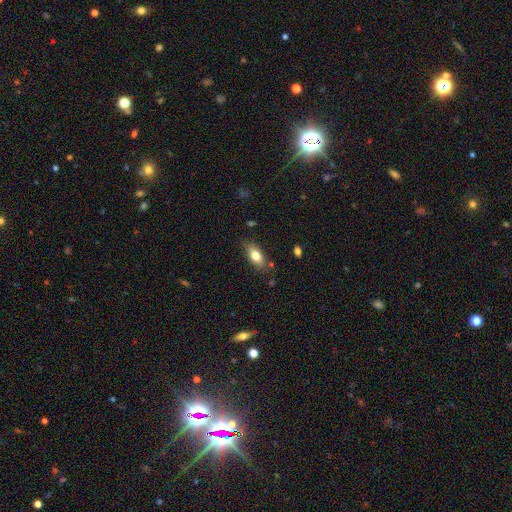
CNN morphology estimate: smooth-or-featured: smooth: 77% | featured or disk: 16% | star or artifact: 8%
  how-rounded: in between: 85% | cigar-shaped: 11% | round: 4%
  merging: none: 80% | minor disturbance: 15% | major disturbance: 3% | merger: 2%